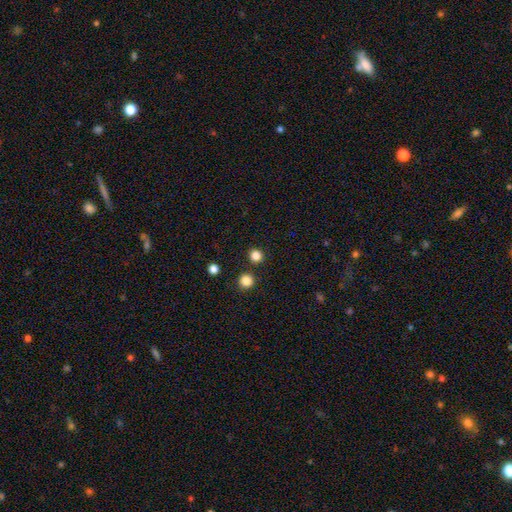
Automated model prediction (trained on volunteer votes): Overall: smooth (83%). How rounded: round (92%). Merging: none (88%).